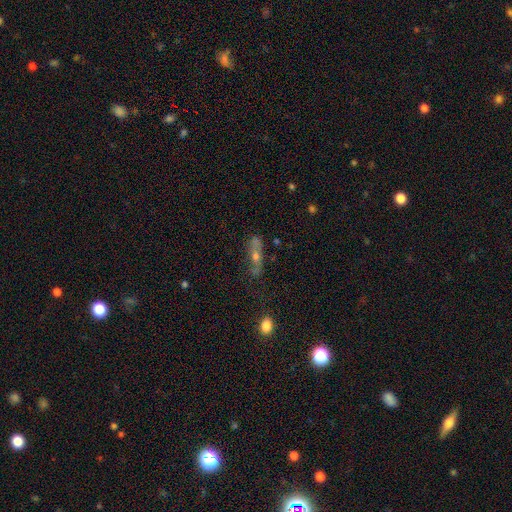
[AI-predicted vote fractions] featured or disk 51%, smooth 34%, star or artifact 14%. Down the decision tree: edge-on disk — yes (51%); merging — none (62%).